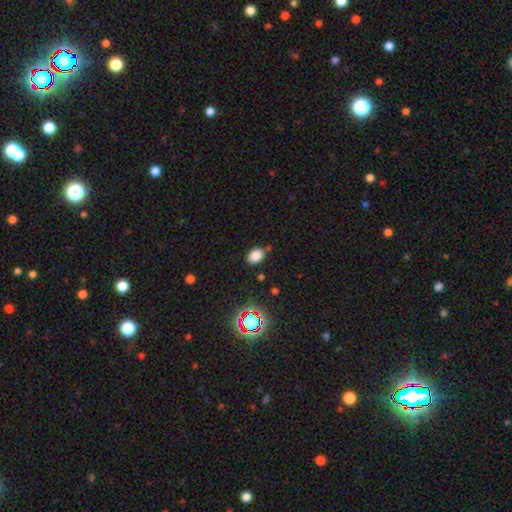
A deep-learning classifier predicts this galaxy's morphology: Q: Smooth or featured?
A: smooth (80%); runner-up: star or artifact (14%)
Q: How rounded?
A: in between (69%); runner-up: round (30%)
Q: Merging?
A: none (79%); runner-up: minor disturbance (13%)